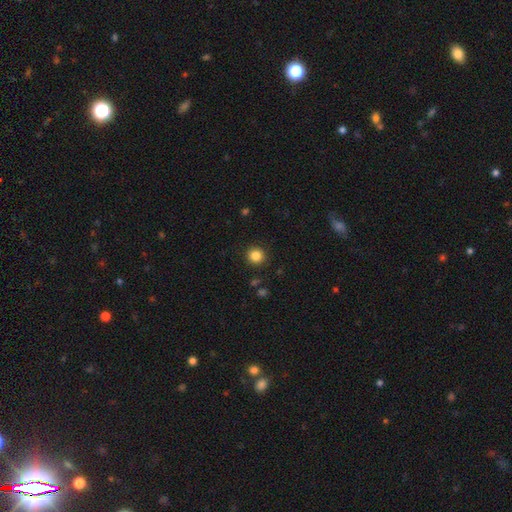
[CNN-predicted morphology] Overall: smooth (85%). How rounded: round (93%). Merging: none (91%).